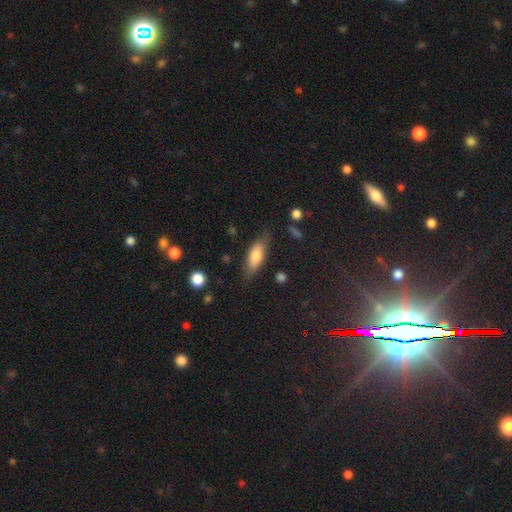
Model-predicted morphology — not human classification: smooth 73%, featured or disk 20%, star or artifact 7%. Down the decision tree: how rounded — in between (68%); merging — none (75%).